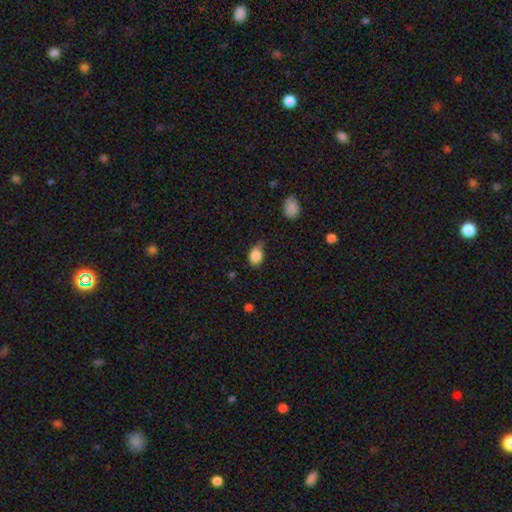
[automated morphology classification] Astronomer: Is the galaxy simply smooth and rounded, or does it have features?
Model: smooth — 86%.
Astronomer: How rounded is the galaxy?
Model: in between — 69%.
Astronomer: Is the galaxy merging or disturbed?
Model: none — 49% (runner-up: minor disturbance, 38%).